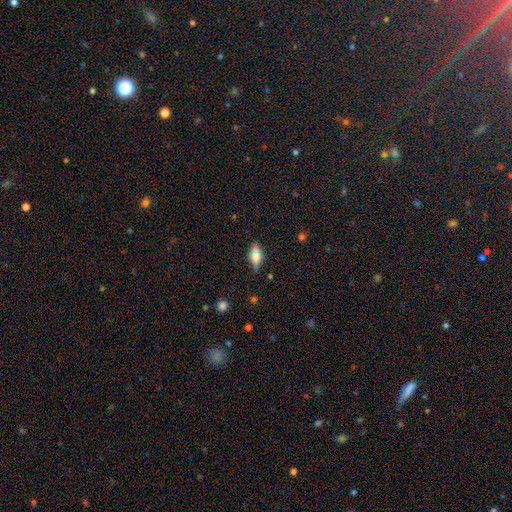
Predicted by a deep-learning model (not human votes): Q: Smooth or featured?
A: smooth (50%); runner-up: featured or disk (37%)
Q: How rounded?
A: in between (72%); runner-up: cigar-shaped (20%)
Q: Merging?
A: none (72%); runner-up: minor disturbance (17%)